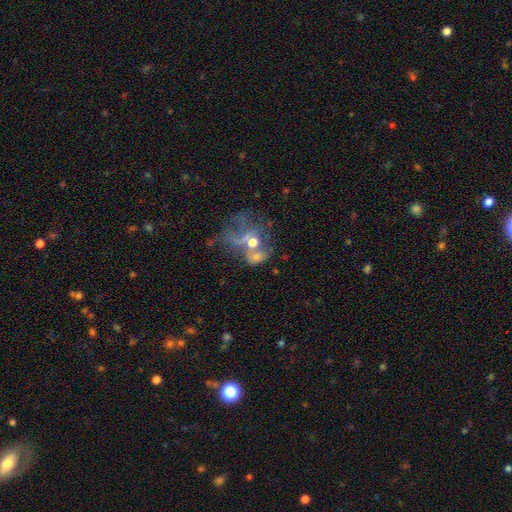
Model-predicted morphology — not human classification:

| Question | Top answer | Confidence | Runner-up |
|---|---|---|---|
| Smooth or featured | featured or disk | 46% | smooth (34%) |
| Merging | merger | 47% | major disturbance (25%) |